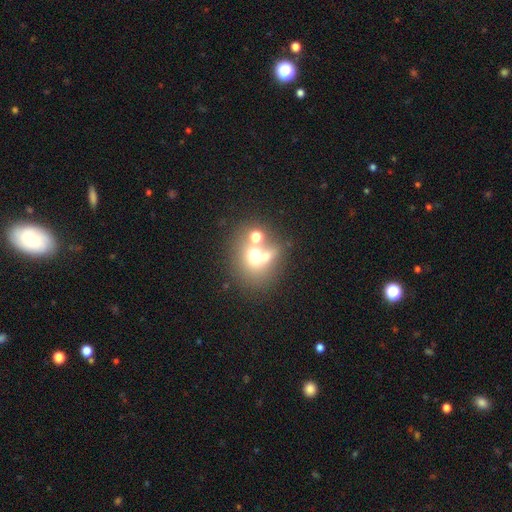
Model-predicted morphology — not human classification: type=smooth (60%); roundness=round (70%); merging=merger (43%).